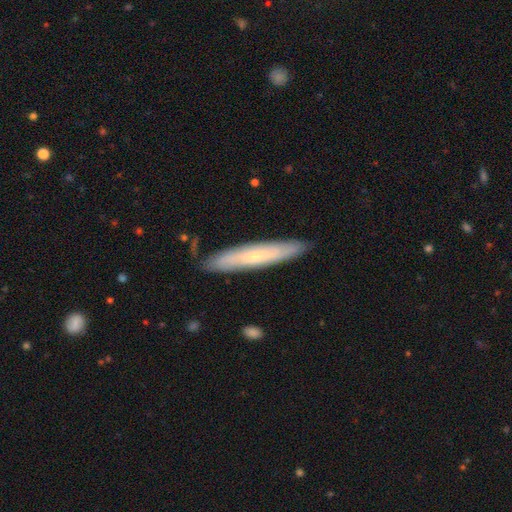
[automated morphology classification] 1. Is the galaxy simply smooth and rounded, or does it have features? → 52% smooth, 42% featured or disk, 6% star or artifact.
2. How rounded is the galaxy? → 90% cigar-shaped, 9% in between, 1% round.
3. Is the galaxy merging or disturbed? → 86% none, 11% minor disturbance, 2% major disturbance, 1% merger.